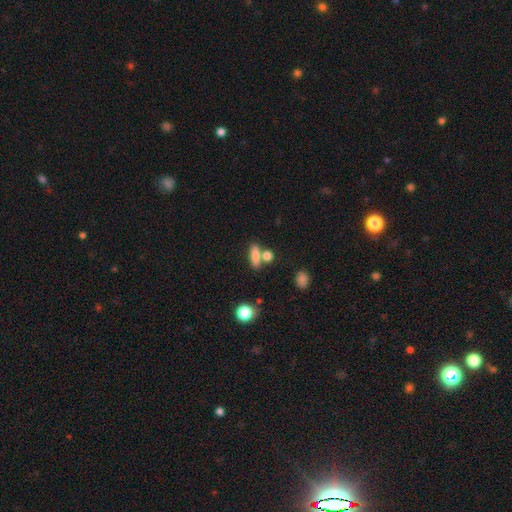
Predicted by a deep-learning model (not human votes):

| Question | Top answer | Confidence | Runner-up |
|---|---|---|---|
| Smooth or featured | smooth | 77% | featured or disk (13%) |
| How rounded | in between | 49% | cigar-shaped (39%) |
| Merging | none | 56% | merger (29%) |